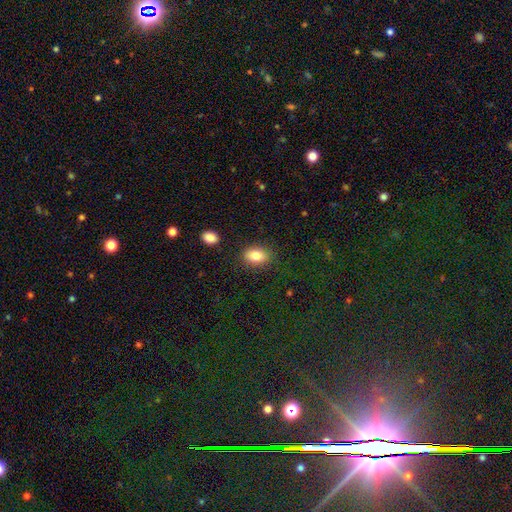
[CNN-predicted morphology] A smooth galaxy with no disk features (85%) that is in between round and cigar-shaped (83%). Merging: none (85%).